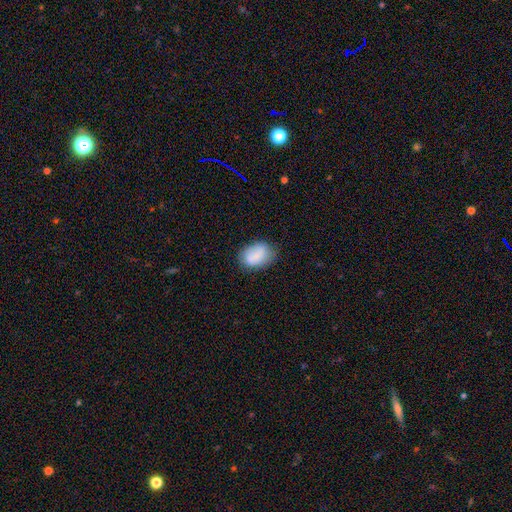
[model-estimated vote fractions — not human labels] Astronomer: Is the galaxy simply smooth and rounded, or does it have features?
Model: smooth — 79%.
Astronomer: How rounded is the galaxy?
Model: in between — 80%.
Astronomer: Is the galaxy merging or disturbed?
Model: none — 71%.